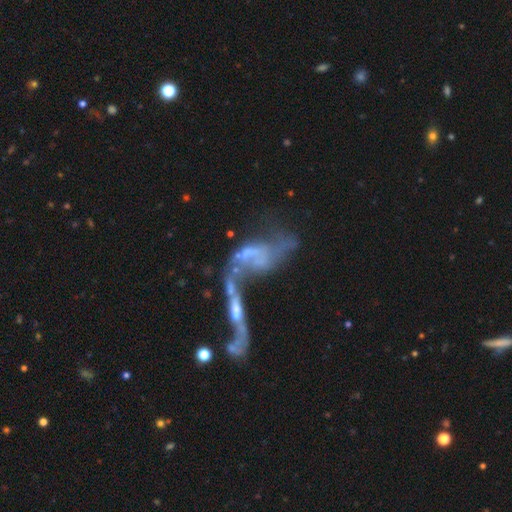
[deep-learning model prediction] smooth_or_featured: featured or disk (p=0.70) [alt: smooth p=0.17]
disk_edge_on: no (p=0.91) [alt: yes p=0.09]
bar: no (p=0.63) [alt: weak p=0.25]
has_spiral_arms: yes (p=0.51) [alt: no p=0.49]
bulge_size: none (p=0.62) [alt: small p=0.22]
merging: merger (p=0.50) [alt: major disturbance p=0.27]